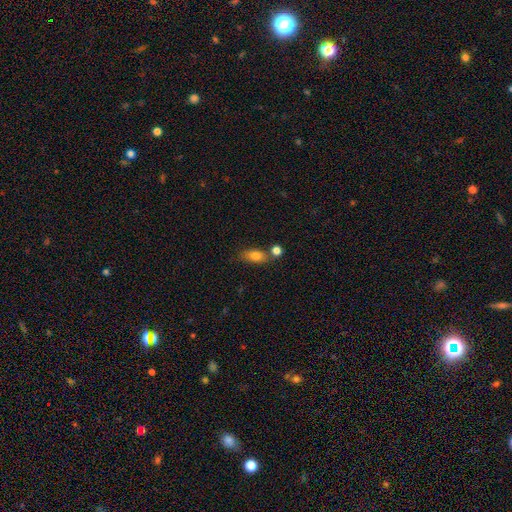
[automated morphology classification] Smooth or featured? Predicted: smooth (p=0.79). How rounded? Predicted: in between (p=0.80). Merging? Predicted: none (p=0.59).